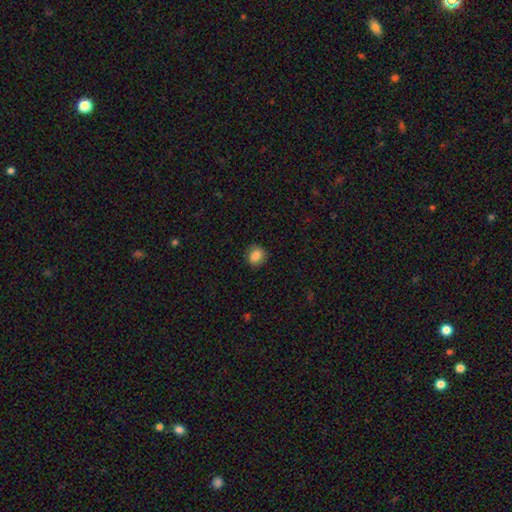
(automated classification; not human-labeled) smooth_or_featured: smooth (p=0.83) [alt: star or artifact p=0.09]
how_rounded: round (p=0.75) [alt: in between p=0.24]
merging: none (p=0.87) [alt: minor disturbance p=0.10]